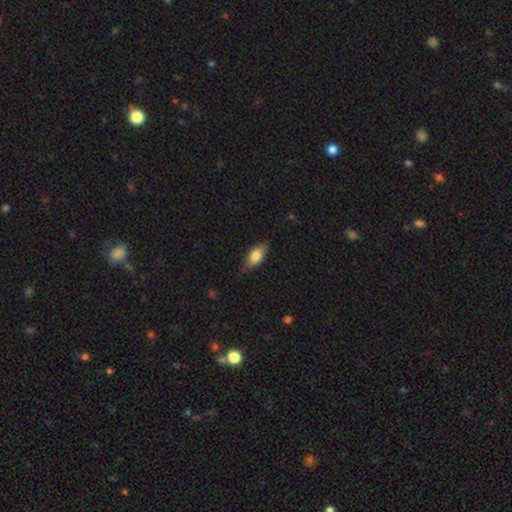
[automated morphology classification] This appears to be a smooth galaxy with no disk features (73%) that is in between round and cigar-shaped (86%). Merging: none (66%).